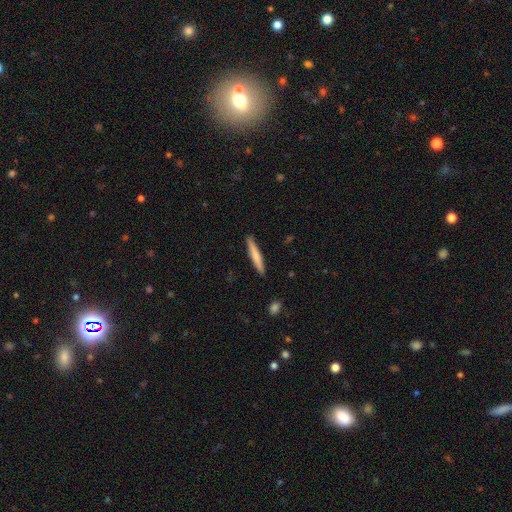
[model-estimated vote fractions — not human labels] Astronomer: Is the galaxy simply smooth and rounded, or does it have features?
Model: smooth — 68%.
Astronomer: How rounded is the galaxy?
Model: cigar-shaped — 94%.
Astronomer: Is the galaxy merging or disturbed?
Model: none — 90%.